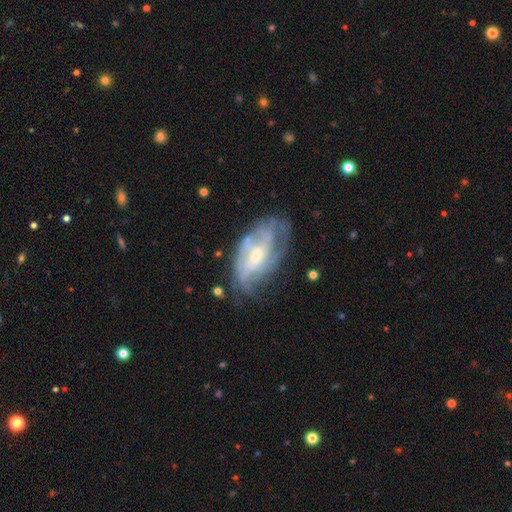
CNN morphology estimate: Overall: featured or disk (77%). Edge-on disk: no (94%). Bar: no (59%; weak 31%). Spiral arms: yes (80%). Spiral arm count: can't tell (47%; 2 22%). Spiral winding: tight (44%; medium 36%). Bulge size: small (67%; moderate 29%). Merging: none (55%; minor disturbance 26%).